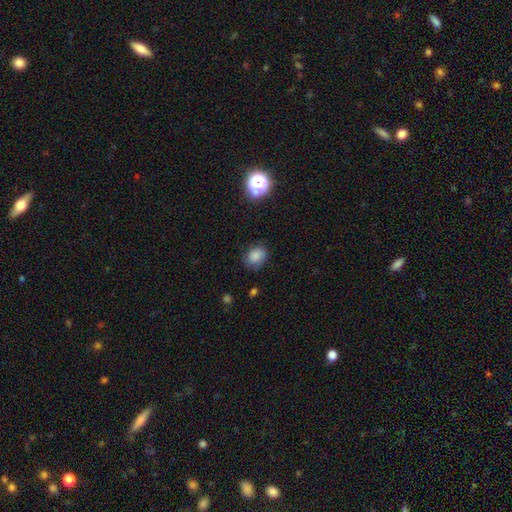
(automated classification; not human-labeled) Morphology: type=smooth (81%); roundness=round (57%); merging=none (76%).